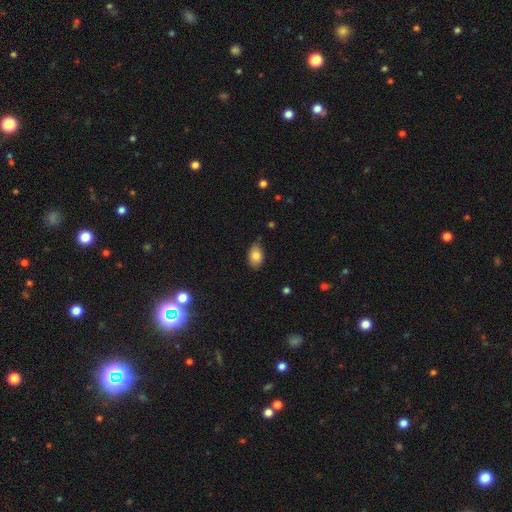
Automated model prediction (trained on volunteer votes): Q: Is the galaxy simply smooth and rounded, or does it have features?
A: smooth — 84%.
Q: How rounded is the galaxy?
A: in between — 89%.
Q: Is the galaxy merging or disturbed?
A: none — 76%.